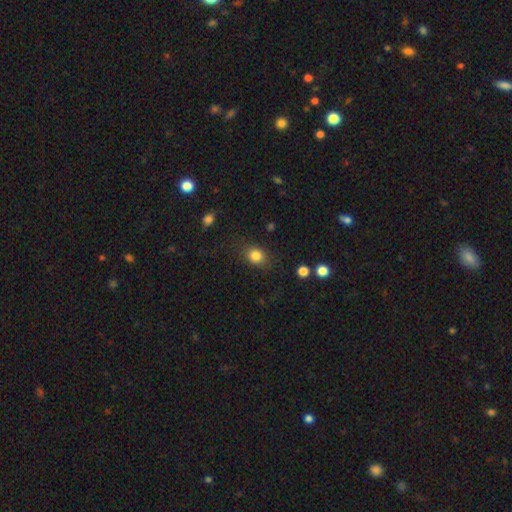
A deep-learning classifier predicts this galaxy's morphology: A smooth galaxy with no disk features (84%) that is round (60%). Merging: none (80%).